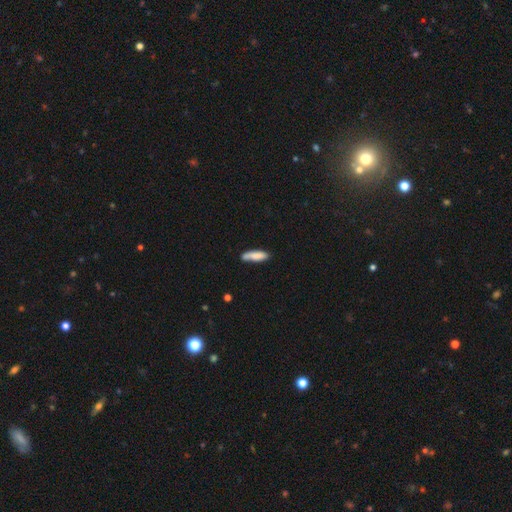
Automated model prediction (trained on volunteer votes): A smooth galaxy with no disk features (80%) that is cigar-shaped (61%).

Vote fractions:
- Smooth or featured? smooth: 80% / featured or disk: 13% / star or artifact: 6%
- How rounded? cigar-shaped: 61% / in between: 38% / round: 2%
- Merging? none: 66% / minor disturbance: 23% / merger: 6% / major disturbance: 5%